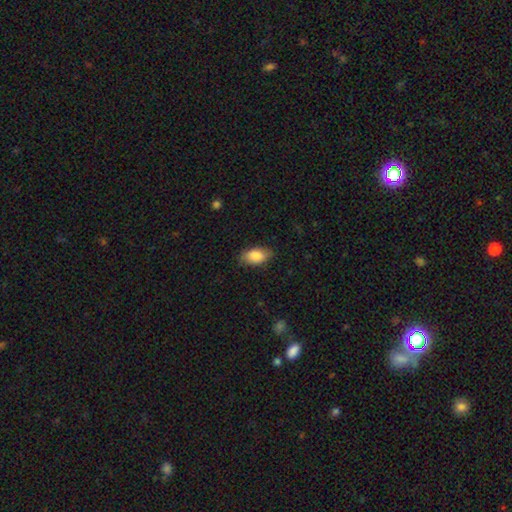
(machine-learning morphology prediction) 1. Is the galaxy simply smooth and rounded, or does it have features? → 86% smooth, 7% featured or disk, 7% star or artifact.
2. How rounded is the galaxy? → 92% in between, 5% round, 3% cigar-shaped.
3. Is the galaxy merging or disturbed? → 83% none, 13% minor disturbance, 3% major disturbance, 1% merger.